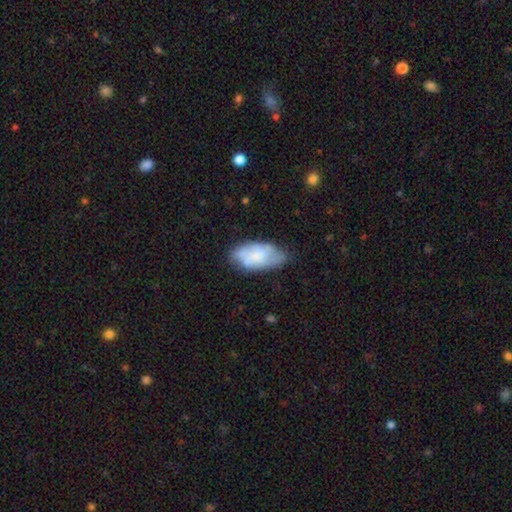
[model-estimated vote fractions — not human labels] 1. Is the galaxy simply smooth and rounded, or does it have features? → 58% smooth, 35% featured or disk, 7% star or artifact.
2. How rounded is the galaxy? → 92% in between, 5% cigar-shaped, 3% round.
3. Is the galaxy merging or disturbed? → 53% none, 32% minor disturbance, 10% major disturbance, 4% merger.